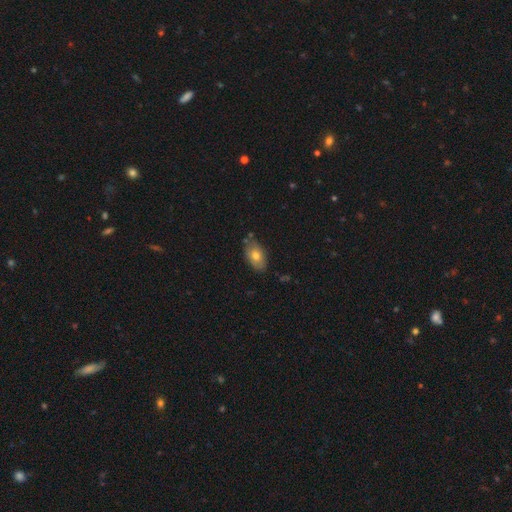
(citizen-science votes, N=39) Overall: smooth (72%). How rounded: in between (89%). Merging: none (51%; minor disturbance 40%).